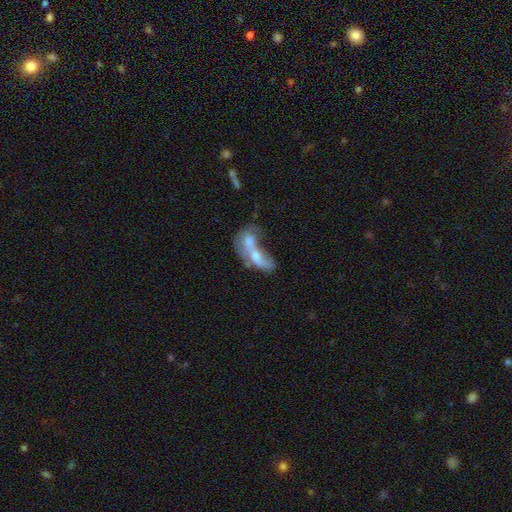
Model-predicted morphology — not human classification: Q: Smooth or featured?
A: smooth (47%); runner-up: featured or disk (43%)
Q: Merging?
A: merger (74%); runner-up: major disturbance (11%)